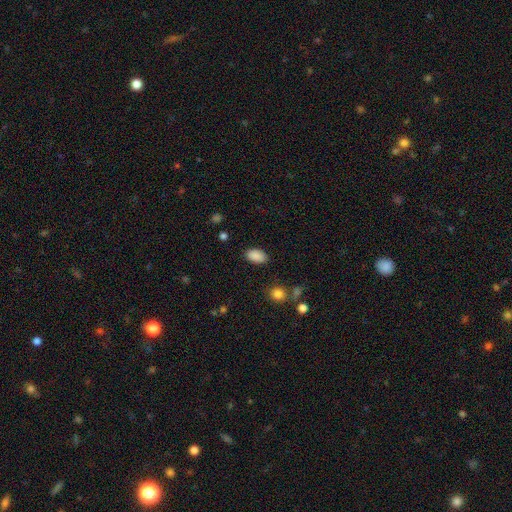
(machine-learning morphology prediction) smooth-or-featured: smooth: 89% | star or artifact: 8% | featured or disk: 4%
  how-rounded: in between: 92% | round: 7% | cigar-shaped: 1%
  merging: none: 86% | minor disturbance: 10% | major disturbance: 3% | merger: 1%